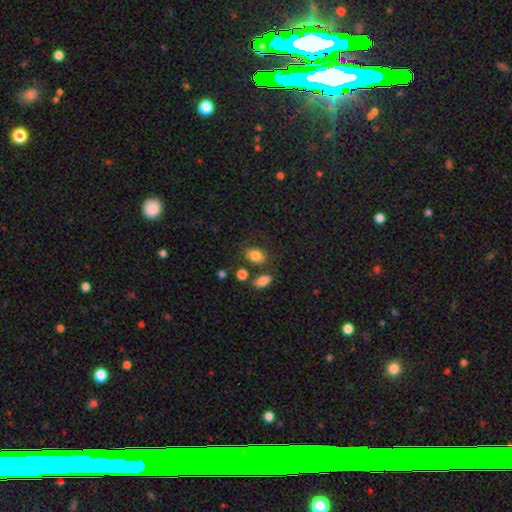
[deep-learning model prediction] Smooth or featured: smooth — 82% (star or artifact — 10%)
How rounded: in between — 75% (round — 23%)
Merging: none — 61% (minor disturbance — 19%)